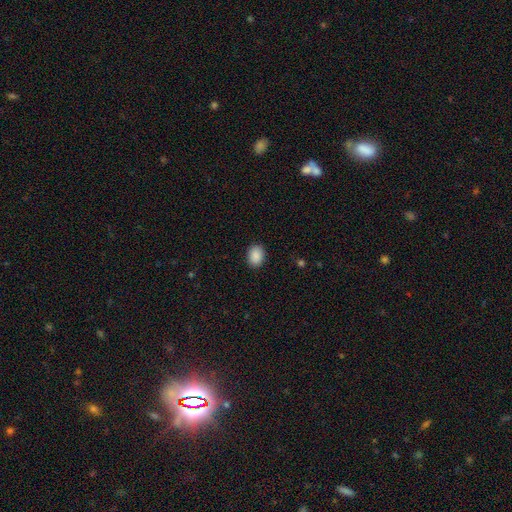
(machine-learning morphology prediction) Smooth or featured?
  - smooth: 90% *
  - star or artifact: 8%
  - featured or disk: 3%
How rounded?
  - in between: 68% *
  - round: 31%
  - cigar-shaped: 1%
Merging?
  - none: 90% *
  - minor disturbance: 7%
  - major disturbance: 2%
  - merger: 1%